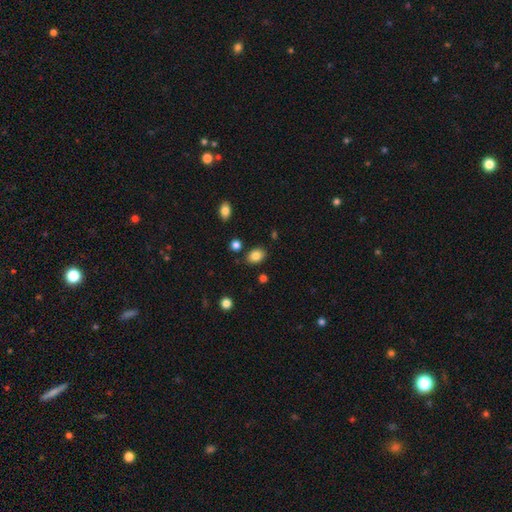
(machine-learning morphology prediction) This appears to be a smooth galaxy with no disk features (84%) that is in between round and cigar-shaped (70%). Merging: none (83%).